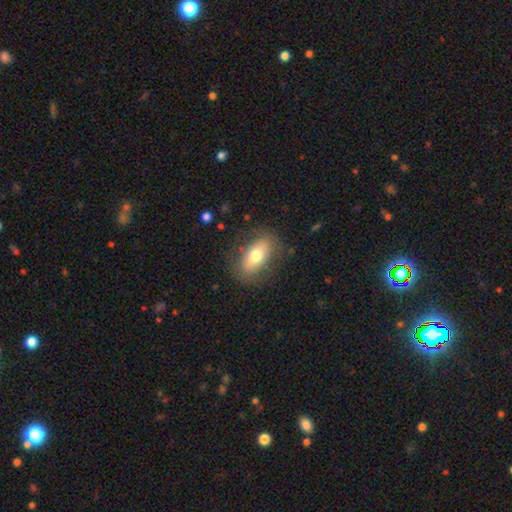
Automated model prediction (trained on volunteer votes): A smooth galaxy with no disk features (64%) that is in between round and cigar-shaped (84%).

Vote fractions:
- Smooth or featured? smooth: 64% / featured or disk: 29% / star or artifact: 7%
- How rounded? in between: 84% / cigar-shaped: 8% / round: 8%
- Merging? none: 79% / minor disturbance: 14% / major disturbance: 6% / merger: 1%